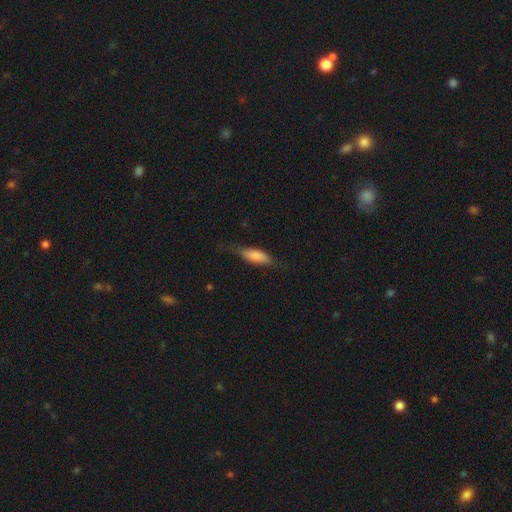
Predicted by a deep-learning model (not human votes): Overall: smooth (77%). How rounded: in between (59%; cigar-shaped 39%). Merging: none (65%; minor disturbance 25%).